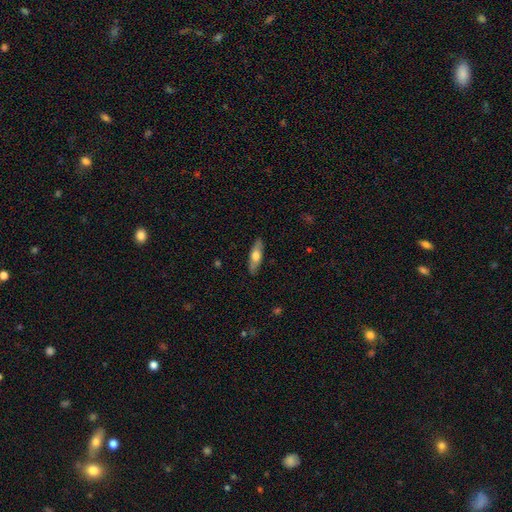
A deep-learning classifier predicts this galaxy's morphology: Overall: smooth (57%; featured or disk 38%). How rounded: in between (53%; cigar-shaped 44%). Merging: none (87%).